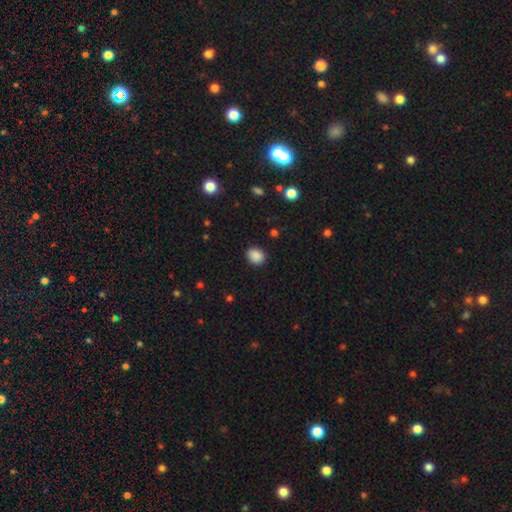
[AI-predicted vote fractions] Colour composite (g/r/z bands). It shows a smooth galaxy with no disk features (88%) that is round (56%). Merging: none (87%).